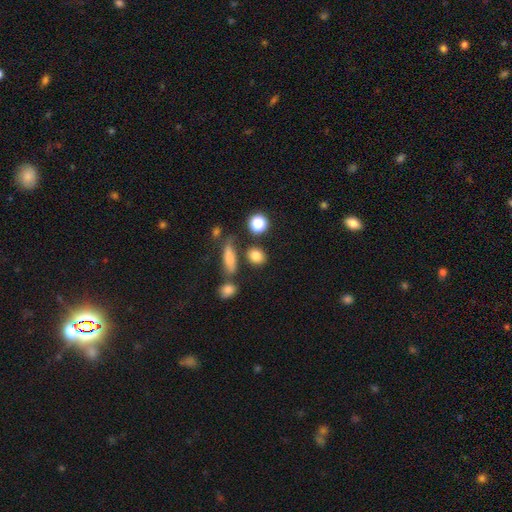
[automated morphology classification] This is clearly a smooth galaxy (83%). How rounded: possibly round (52%). Merging: likely none (75%).